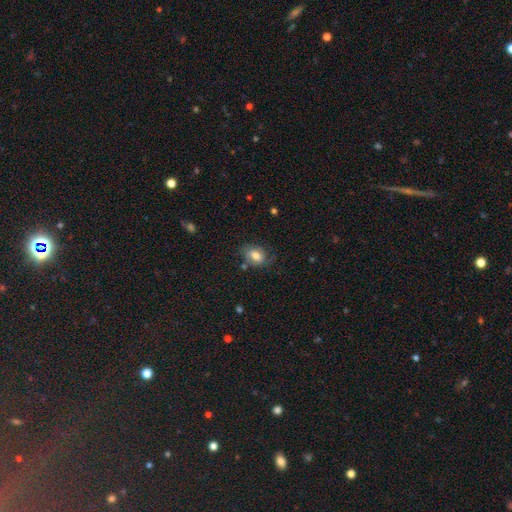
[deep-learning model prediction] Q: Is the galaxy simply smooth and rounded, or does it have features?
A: smooth — 72%.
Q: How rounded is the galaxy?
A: in between — 74%.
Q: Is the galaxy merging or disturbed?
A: none — 62%.